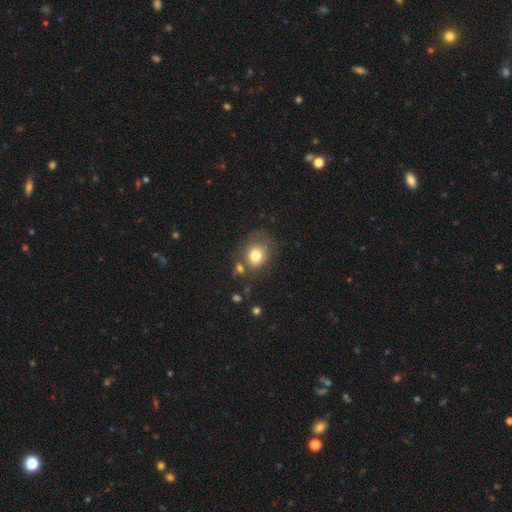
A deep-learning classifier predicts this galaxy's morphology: Overall: smooth (77%). How rounded: round (66%; in between 33%). Merging: none (58%; minor disturbance 20%).